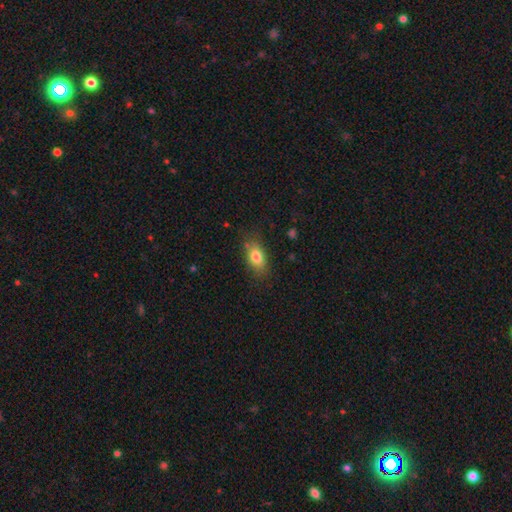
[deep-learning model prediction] Smooth or featured: smooth — 80% (featured or disk — 12%)
How rounded: in between — 85% (round — 9%)
Merging: none — 79% (minor disturbance — 16%)